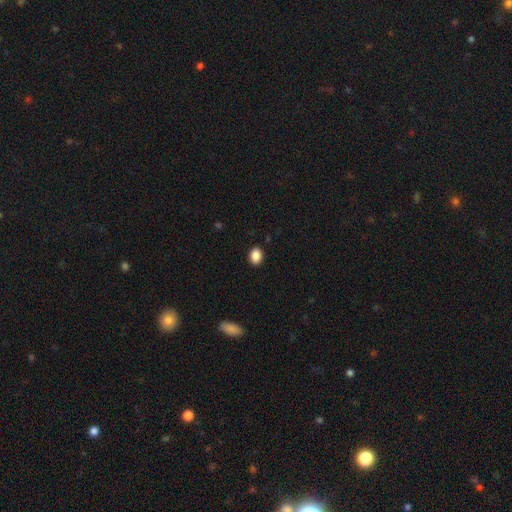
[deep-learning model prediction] Morphology: type=smooth (88%); roundness=in between (62%); merging=none (90%).